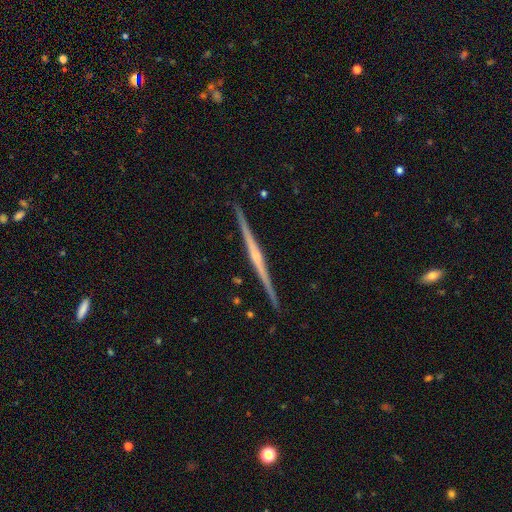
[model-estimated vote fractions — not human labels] smooth_or_featured: featured or disk (p=0.85) [alt: smooth p=0.10]
disk_edge_on: yes (p=0.99) [alt: no p=0.01]
edge_on_bulge: rounded (p=0.63) [alt: none p=0.25]
merging: none (p=0.92) [alt: minor disturbance p=0.05]